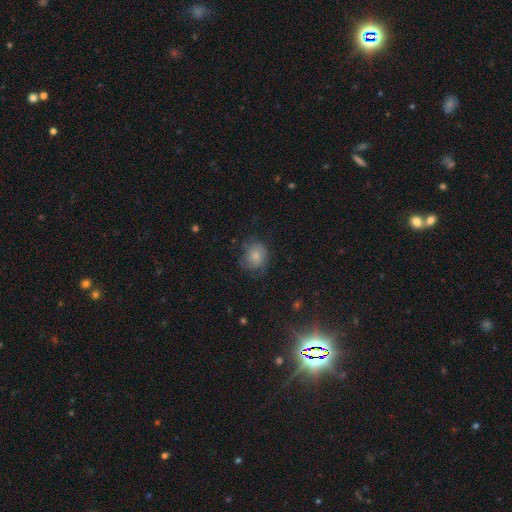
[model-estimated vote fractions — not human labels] Smooth or featured? smooth (73%)
How rounded? round (73%)
Merging? none (59%)